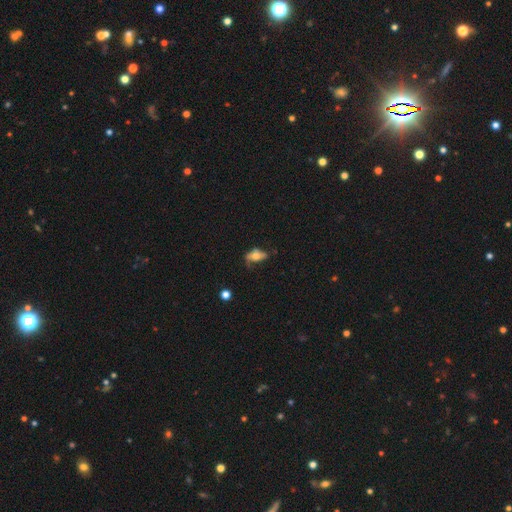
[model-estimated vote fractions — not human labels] smooth-or-featured: smooth: 50% | featured or disk: 41% | star or artifact: 9%
  merging: none: 41% | minor disturbance: 32% | major disturbance: 22% | merger: 4%